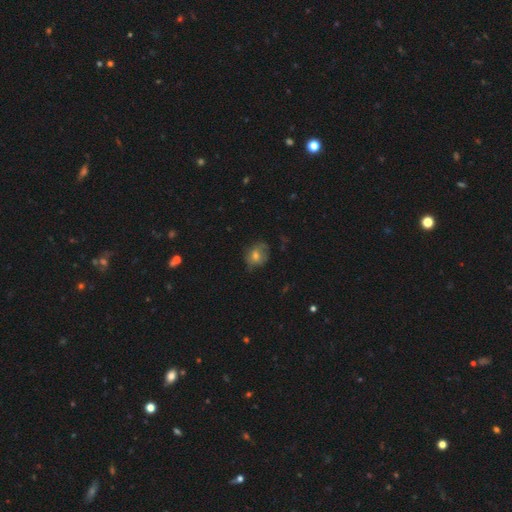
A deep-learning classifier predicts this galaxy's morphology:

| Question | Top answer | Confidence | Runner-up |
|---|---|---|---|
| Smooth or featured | smooth | 52% | featured or disk (34%) |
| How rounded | round | 60% | in between (39%) |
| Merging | none | 58% | minor disturbance (27%) |